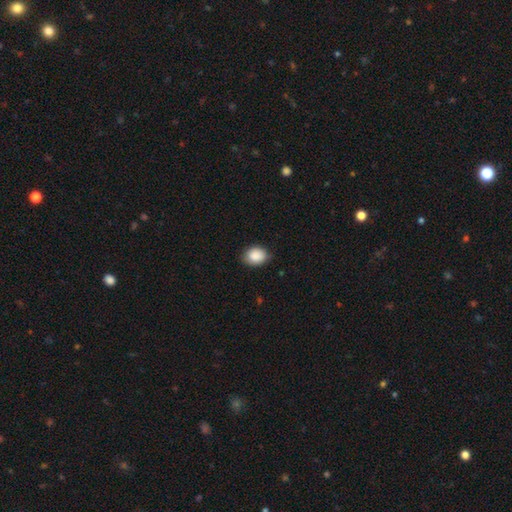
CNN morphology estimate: Smooth or featured? Predicted: smooth (p=0.89). How rounded? Predicted: in between (p=0.59). Merging? Predicted: none (p=0.77).